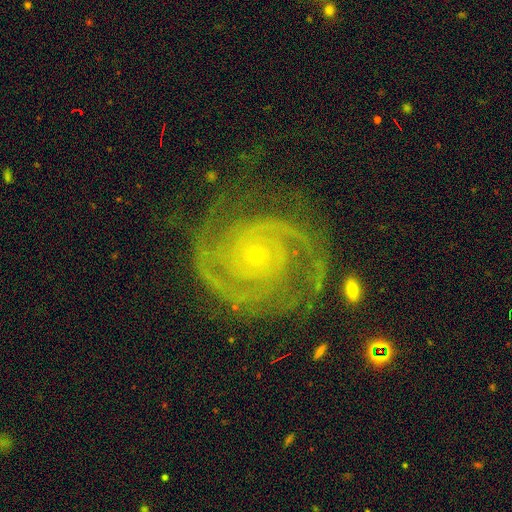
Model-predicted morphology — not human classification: Q: Smooth or featured?
A: featured or disk (91%); runner-up: star or artifact (6%)
Q: Edge-on disk?
A: no (98%); runner-up: yes (2%)
Q: Bar?
A: no (79%); runner-up: weak (15%)
Q: Spiral arms?
A: yes (98%); runner-up: no (2%)
Q: Spiral winding?
A: tight (72%); runner-up: medium (24%)
Q: Spiral arm count?
A: 2 (61%); runner-up: 3 (14%)
Q: Bulge size?
A: small (86%); runner-up: moderate (10%)
Q: Merging?
A: none (73%); runner-up: minor disturbance (17%)